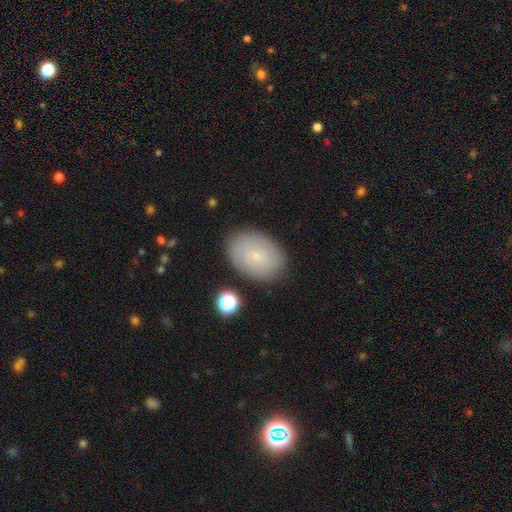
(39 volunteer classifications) Smooth or featured: smooth — 56% (featured or disk — 41%)
How rounded: in between — 86% (round — 14%)
Merging: none — 89% (minor disturbance — 8%)